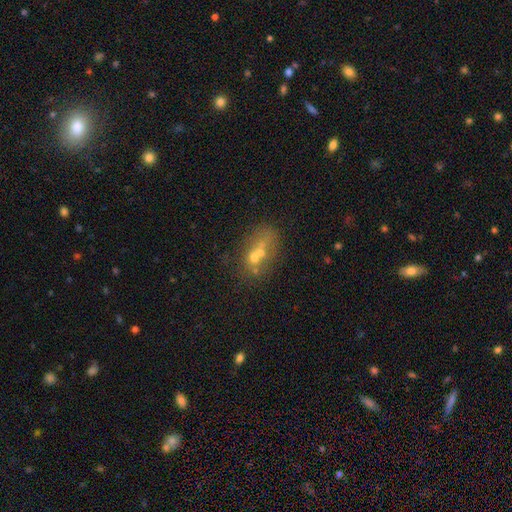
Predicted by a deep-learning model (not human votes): The model was most divided on "smooth or featured": smooth: 44%, featured or disk: 36%, star or artifact: 20%. Remaining: merging — merger (49%).